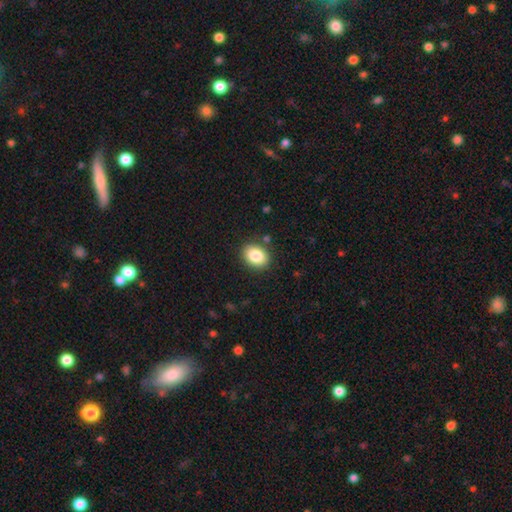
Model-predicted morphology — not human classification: Q: Smooth or featured?
A: smooth (85%); runner-up: star or artifact (9%)
Q: How rounded?
A: in between (66%); runner-up: round (33%)
Q: Merging?
A: none (87%); runner-up: minor disturbance (9%)